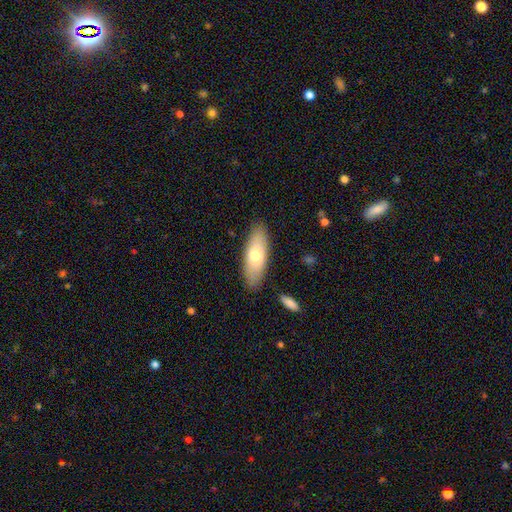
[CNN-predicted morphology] type=smooth (68%); roundness=in between (64%); merging=none (86%).